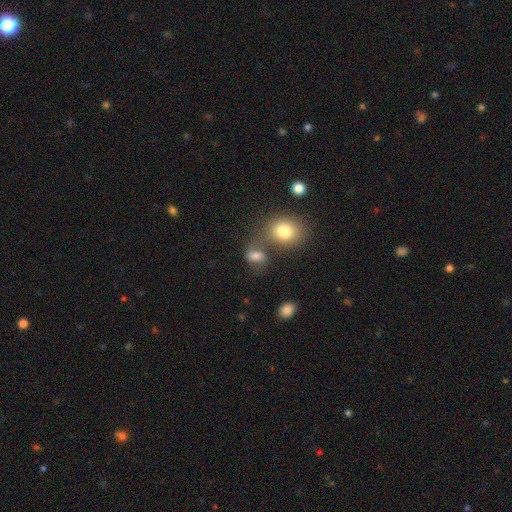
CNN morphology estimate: smooth_or_featured: smooth (p=0.71) [alt: featured or disk p=0.15]
how_rounded: in between (p=0.66) [alt: round p=0.31]
merging: none (p=0.41) [alt: merger p=0.34]